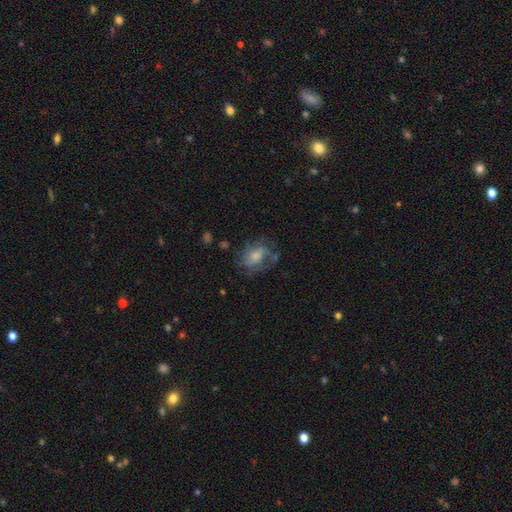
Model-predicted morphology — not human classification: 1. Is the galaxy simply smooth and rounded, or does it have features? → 50% featured or disk, 41% smooth, 9% star or artifact.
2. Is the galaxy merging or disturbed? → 46% none, 27% major disturbance, 24% minor disturbance, 3% merger.